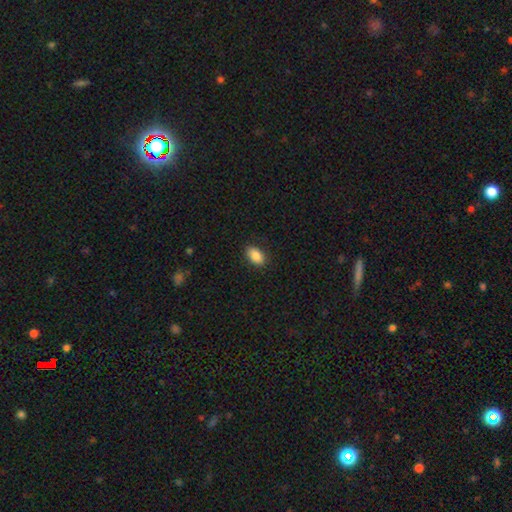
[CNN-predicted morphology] A smooth galaxy with no disk features (86%) that is in between round and cigar-shaped (90%). Merging: none (88%).